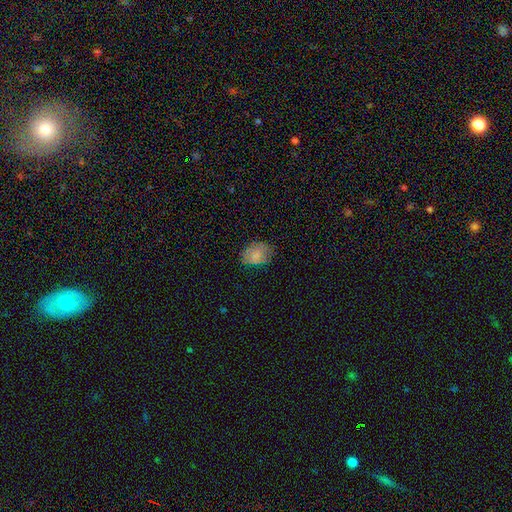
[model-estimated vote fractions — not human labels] smooth-or-featured: smooth: 79% | featured or disk: 12% | star or artifact: 9%
  how-rounded: in between: 75% | round: 24% | cigar-shaped: 1%
  merging: none: 71% | minor disturbance: 22% | major disturbance: 6% | merger: 1%